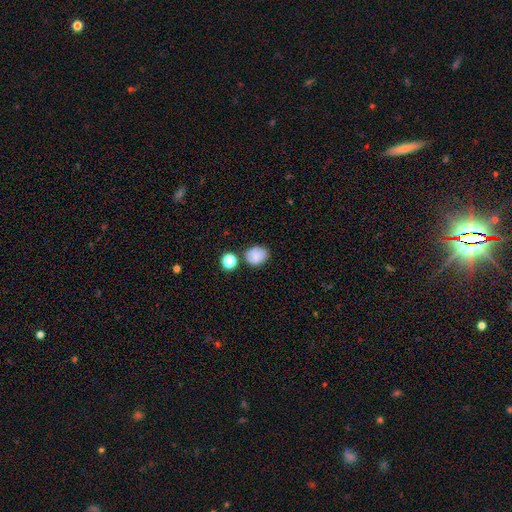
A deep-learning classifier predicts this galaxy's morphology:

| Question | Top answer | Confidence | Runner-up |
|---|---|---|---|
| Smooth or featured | smooth | 82% | star or artifact (10%) |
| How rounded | round | 58% | in between (41%) |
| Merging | none | 74% | minor disturbance (14%) |